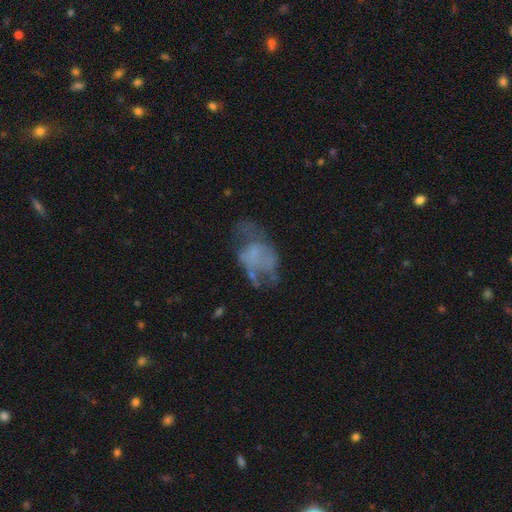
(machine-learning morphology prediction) featured or disk 52%, smooth 35%, star or artifact 13%. Down the decision tree: edge-on disk — no (96%); bar — no (82%); spiral arms — no (71%); bulge size — none (58%); merging — major disturbance (37%).